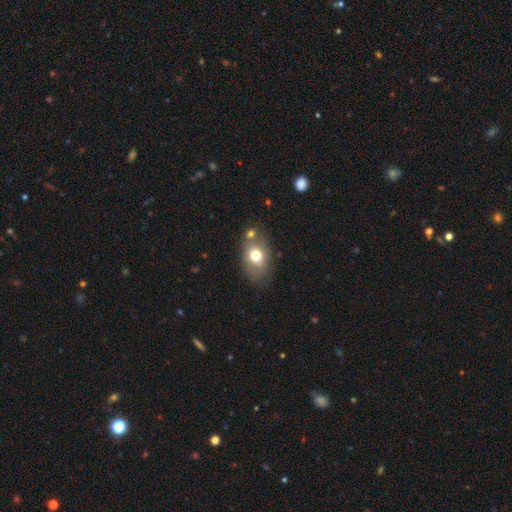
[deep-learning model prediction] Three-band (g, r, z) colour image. It shows a smooth galaxy with no disk features (67%) that is in between round and cigar-shaped (80%). Merging: none (64%).